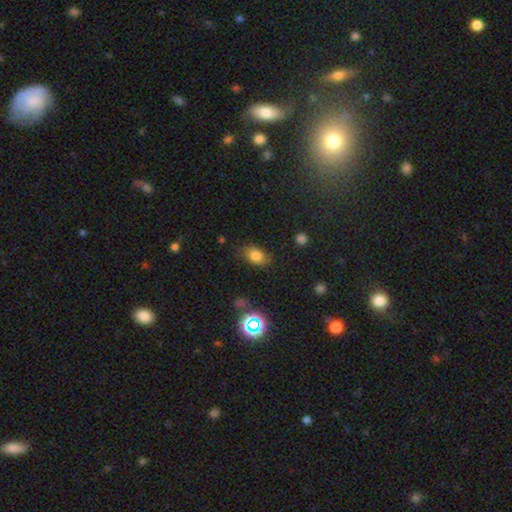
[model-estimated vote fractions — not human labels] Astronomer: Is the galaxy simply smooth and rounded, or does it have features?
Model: smooth — 78%.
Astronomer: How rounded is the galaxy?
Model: in between — 84%.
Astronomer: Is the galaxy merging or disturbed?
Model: none — 77%.